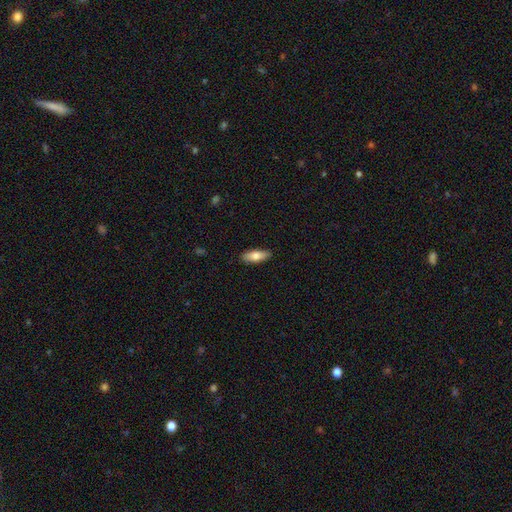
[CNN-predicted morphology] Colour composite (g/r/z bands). It shows a smooth galaxy with no disk features (76%) that is in between round and cigar-shaped (65%). Merging: none (88%).